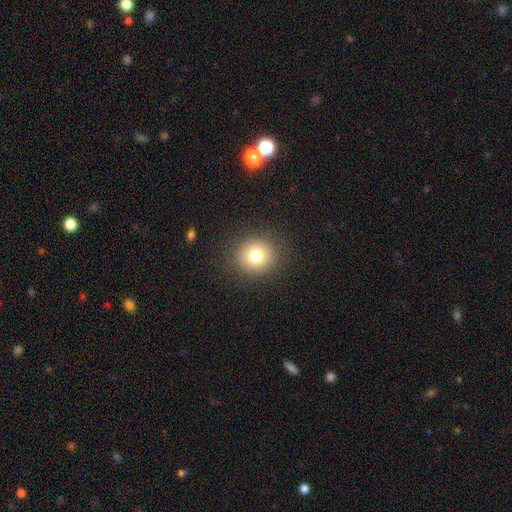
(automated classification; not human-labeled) Smooth or featured? smooth (77%)
How rounded? round (85%)
Merging? none (89%)